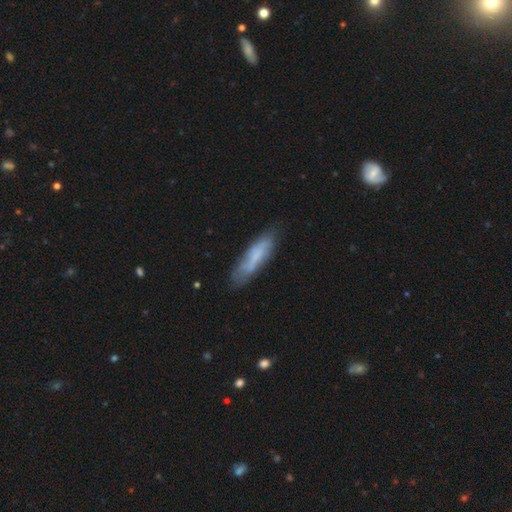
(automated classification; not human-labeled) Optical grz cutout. It shows a smooth galaxy with no disk features (58%) that is cigar-shaped (68%). Merging: none (70%).